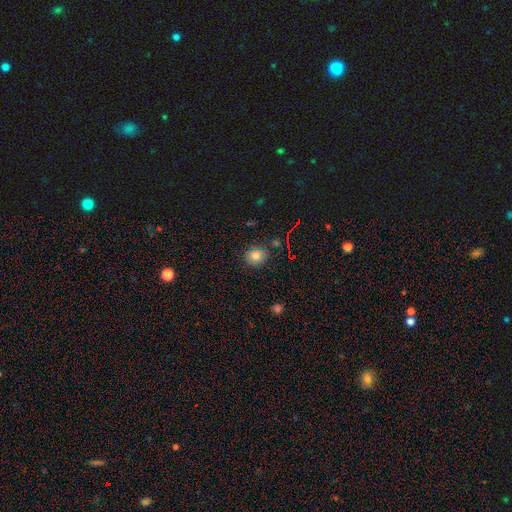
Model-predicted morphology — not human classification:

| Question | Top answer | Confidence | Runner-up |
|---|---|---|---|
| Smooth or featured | smooth | 77% | star or artifact (15%) |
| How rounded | round | 77% | in between (22%) |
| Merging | none | 84% | minor disturbance (10%) |